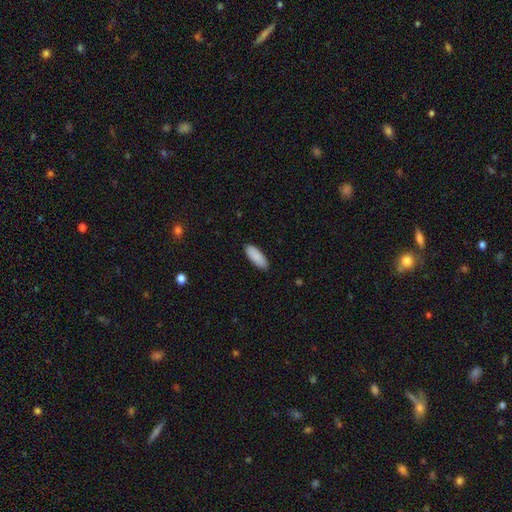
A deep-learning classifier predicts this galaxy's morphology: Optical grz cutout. It shows a smooth galaxy with no disk features (90%) that is in between round and cigar-shaped (74%). Merging: none (89%).